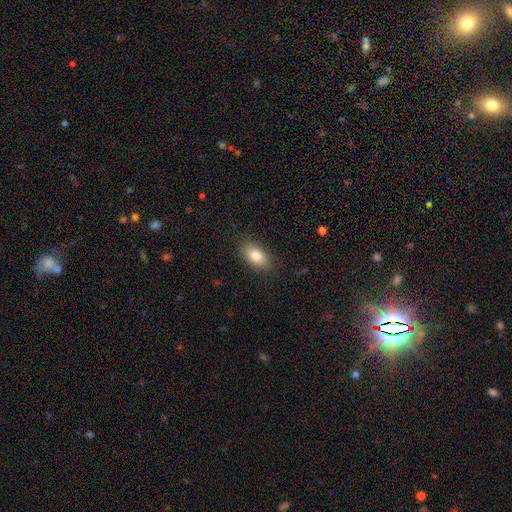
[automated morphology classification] A smooth galaxy with no disk features (82%) that is in between round and cigar-shaped (90%). Merging: none (86%).